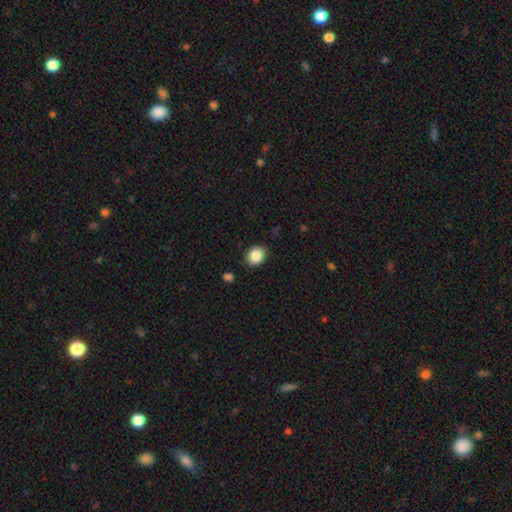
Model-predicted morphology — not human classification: This is clearly a smooth galaxy (86%). How rounded: possibly round (57%). Merging: clearly none (86%).